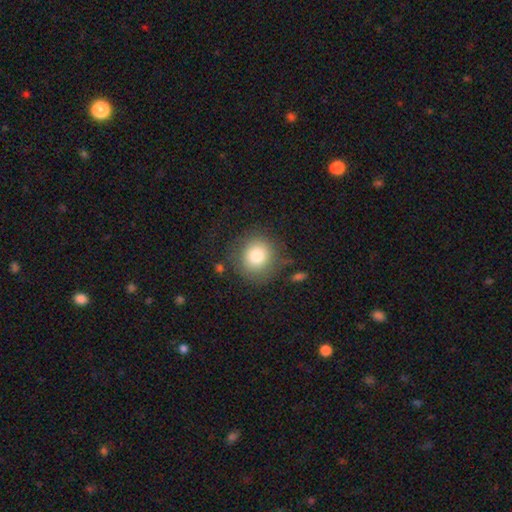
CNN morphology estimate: smooth_or_featured: smooth (p=0.79) [alt: featured or disk p=0.10]
how_rounded: round (p=0.89) [alt: in between p=0.10]
merging: none (p=0.79) [alt: minor disturbance p=0.13]